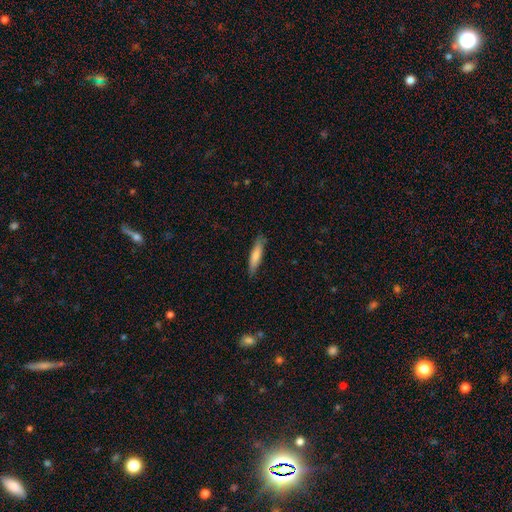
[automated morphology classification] Smooth or featured? smooth (76%)
How rounded? cigar-shaped (80%)
Merging? none (84%)